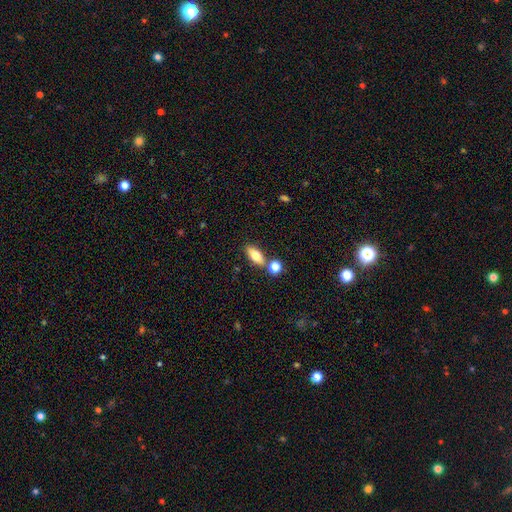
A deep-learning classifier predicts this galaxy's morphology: type=smooth (71%); roundness=in between (75%); merging=none (72%).